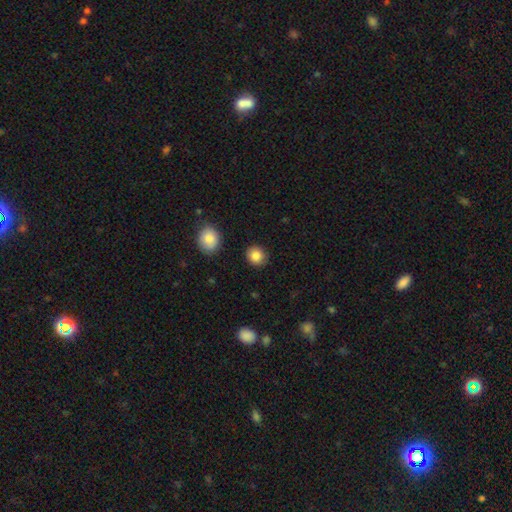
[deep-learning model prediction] The model was most divided on "how rounded": round: 84%, in between: 15%, cigar-shaped: 1%. More confident: merging — none (89%); smooth or featured — smooth (86%).